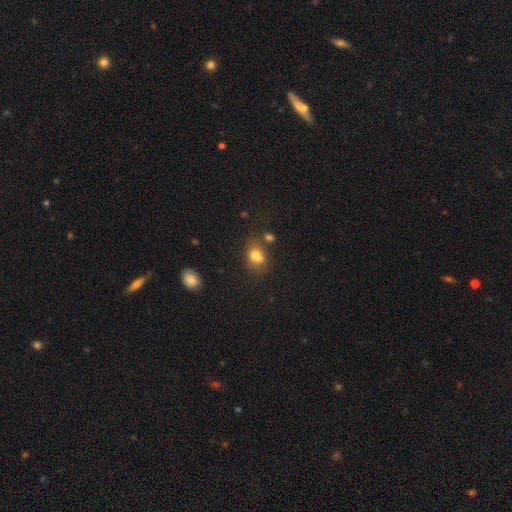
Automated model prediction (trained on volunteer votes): smooth_or_featured: smooth (p=0.76) [alt: star or artifact p=0.13]
how_rounded: in between (p=0.53) [alt: round p=0.46]
merging: none (p=0.52) [alt: minor disturbance p=0.21]